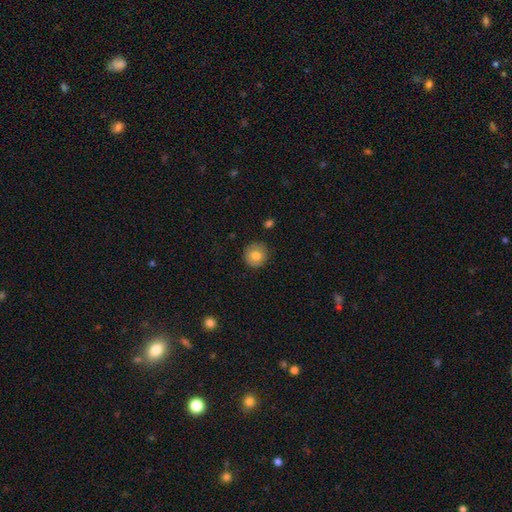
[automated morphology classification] smooth_or_featured: smooth (p=0.78) [alt: featured or disk p=0.14]
how_rounded: round (p=0.92) [alt: in between p=0.07]
merging: none (p=0.86) [alt: minor disturbance p=0.10]